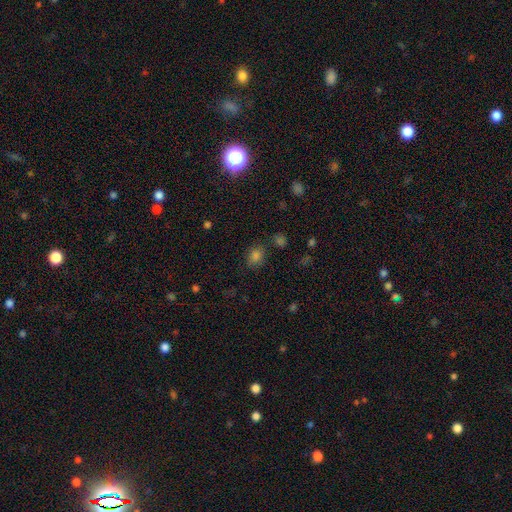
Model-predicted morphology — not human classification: Smooth or featured?
  - smooth: 75% *
  - star or artifact: 19%
  - featured or disk: 6%
How rounded?
  - in between: 54% *
  - round: 44%
  - cigar-shaped: 1%
Merging?
  - none: 76% *
  - minor disturbance: 15%
  - merger: 5%
  - major disturbance: 4%